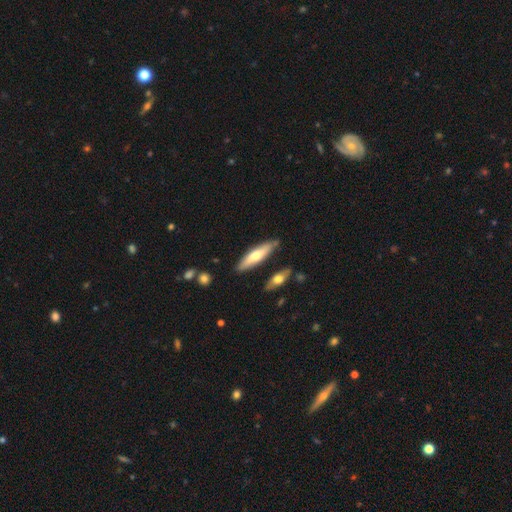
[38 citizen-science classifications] A smooth galaxy with no disk features (55%) that is cigar-shaped (71%). Merging: none (81%).